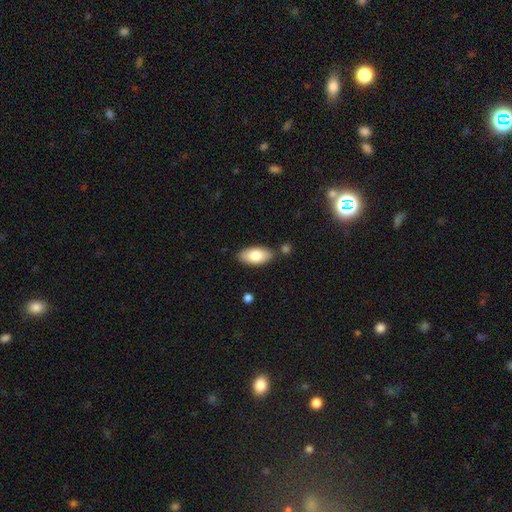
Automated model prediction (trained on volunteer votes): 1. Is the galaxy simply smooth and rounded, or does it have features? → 79% smooth, 15% featured or disk, 6% star or artifact.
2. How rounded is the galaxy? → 92% in between, 6% cigar-shaped, 2% round.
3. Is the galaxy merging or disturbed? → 80% none, 11% minor disturbance, 6% merger, 2% major disturbance.